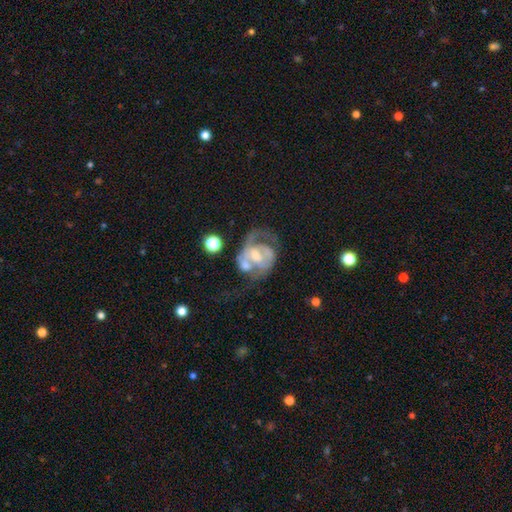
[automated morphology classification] A featured or disk galaxy (74%) with no bar (52%), 2 (57%) medium (43%) spiral arms (71%) and a moderate central bulge (43%). Merging: major disturbance (33%).